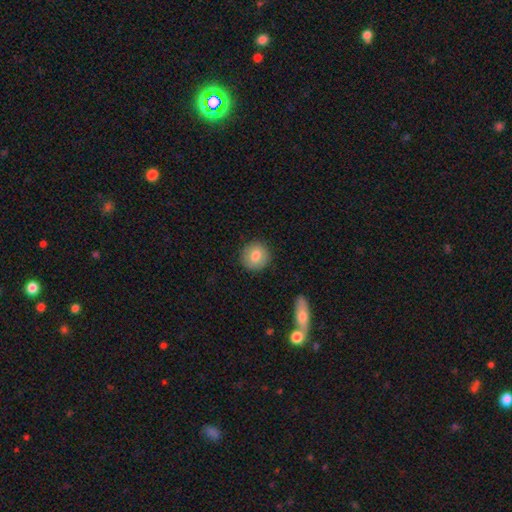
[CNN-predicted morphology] Smooth or featured?
  - smooth: 80% *
  - featured or disk: 13%
  - star or artifact: 8%
How rounded?
  - round: 89% *
  - in between: 10%
  - cigar-shaped: 1%
Merging?
  - none: 89% *
  - minor disturbance: 8%
  - major disturbance: 2%
  - merger: 1%